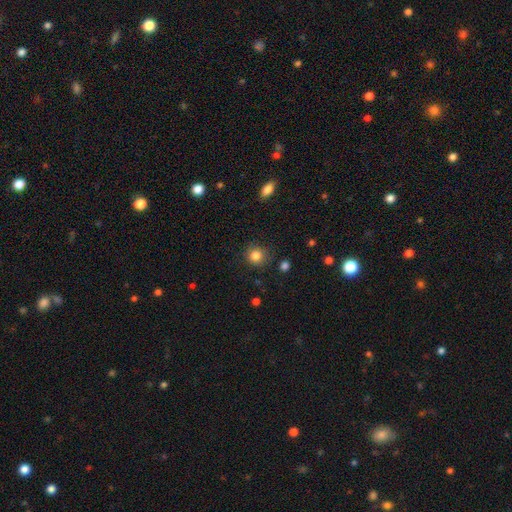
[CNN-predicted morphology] A smooth galaxy with no disk features (84%) that is round (90%). Merging: none (85%).